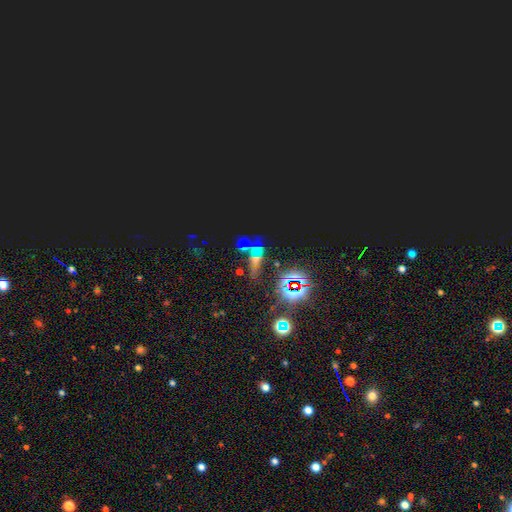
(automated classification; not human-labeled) Morphology: type=star or artifact (64%).